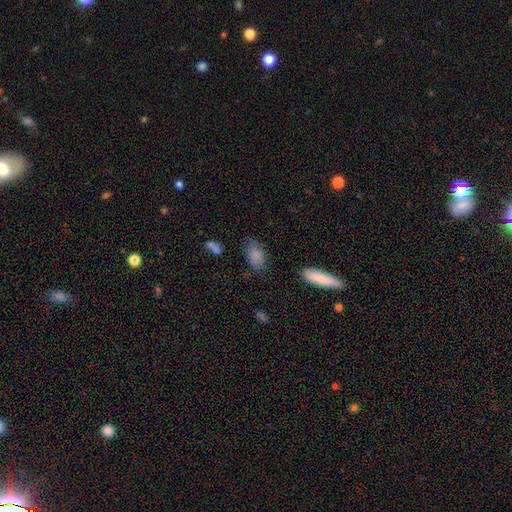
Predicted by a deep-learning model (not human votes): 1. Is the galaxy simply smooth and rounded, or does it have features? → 84% smooth, 8% star or artifact, 8% featured or disk.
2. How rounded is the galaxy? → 91% in between, 6% round, 2% cigar-shaped.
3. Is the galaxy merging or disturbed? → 72% none, 20% minor disturbance, 5% major disturbance, 3% merger.